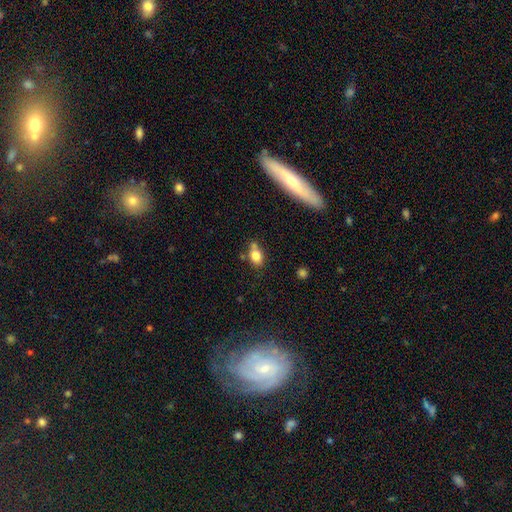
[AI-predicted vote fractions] Morphology: type=smooth (79%); roundness=in between (71%); merging=none (55%).